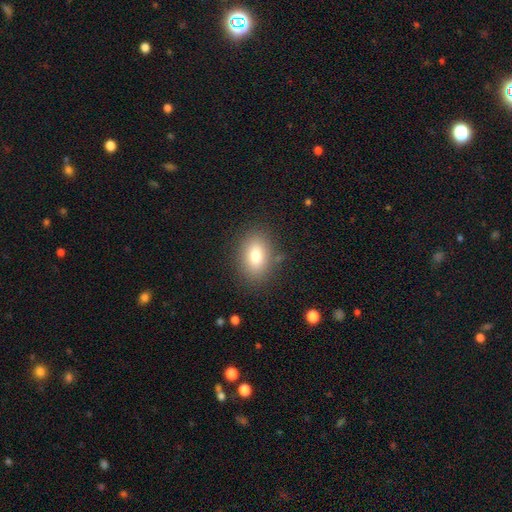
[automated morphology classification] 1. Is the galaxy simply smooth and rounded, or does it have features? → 79% smooth, 11% featured or disk, 10% star or artifact.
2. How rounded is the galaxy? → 79% in between, 19% round, 2% cigar-shaped.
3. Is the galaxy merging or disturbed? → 83% none, 11% minor disturbance, 4% major disturbance, 2% merger.